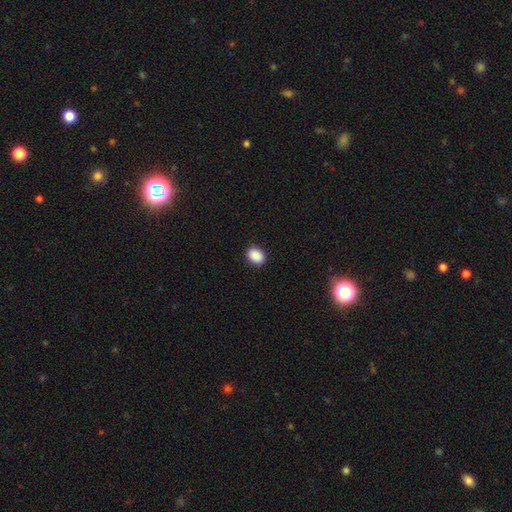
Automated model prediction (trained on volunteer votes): Smooth or featured? Predicted: smooth (p=0.90). How rounded? Predicted: in between (p=0.66). Merging? Predicted: none (p=0.90).